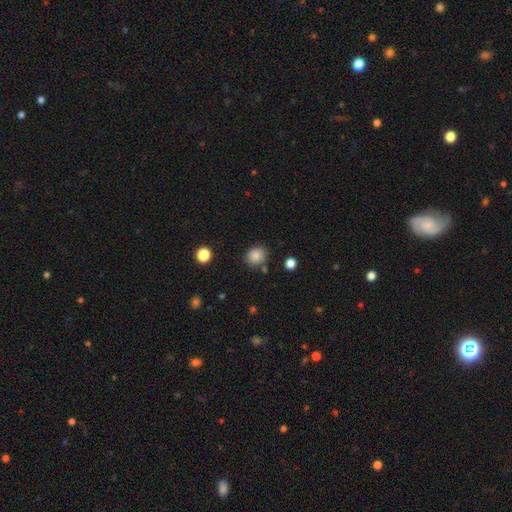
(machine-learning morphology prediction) This is clearly a smooth galaxy (85%). How rounded: likely round (73%). Merging: clearly none (81%).